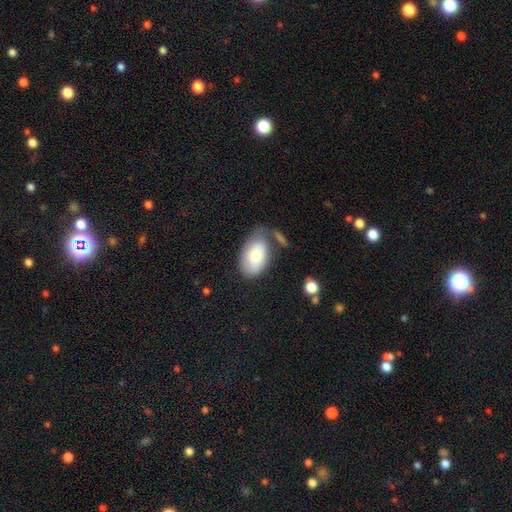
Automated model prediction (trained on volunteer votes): Smooth or featured? smooth (77%)
How rounded? in between (93%)
Merging? none (51%)